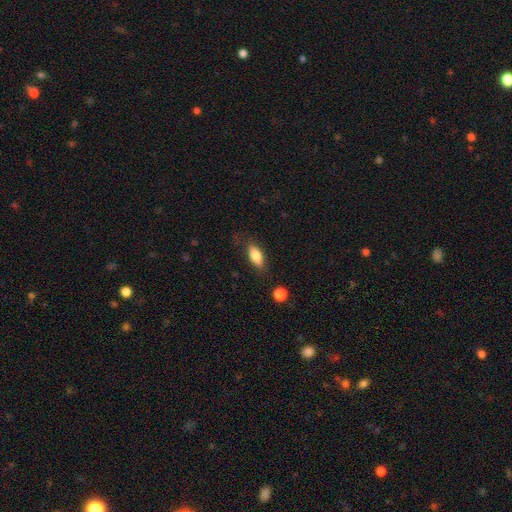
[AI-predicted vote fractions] The model was most divided on "merging": none: 78%, minor disturbance: 15%, major disturbance: 5%, merger: 2%. More confident: how rounded — in between (81%); smooth or featured — smooth (80%).